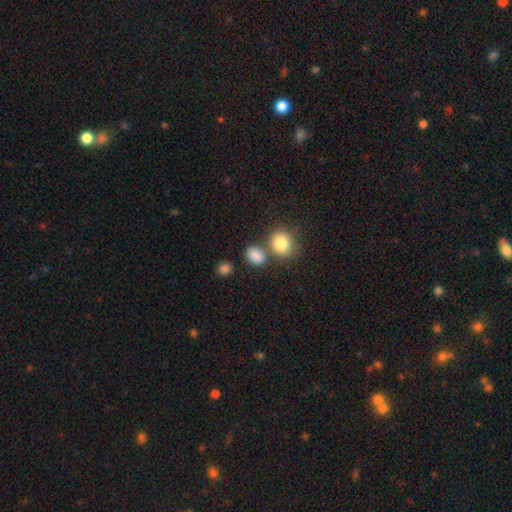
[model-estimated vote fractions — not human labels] This appears to be a smooth galaxy with no disk features (85%) that is in between round and cigar-shaped (55%). Merging: none (63%).